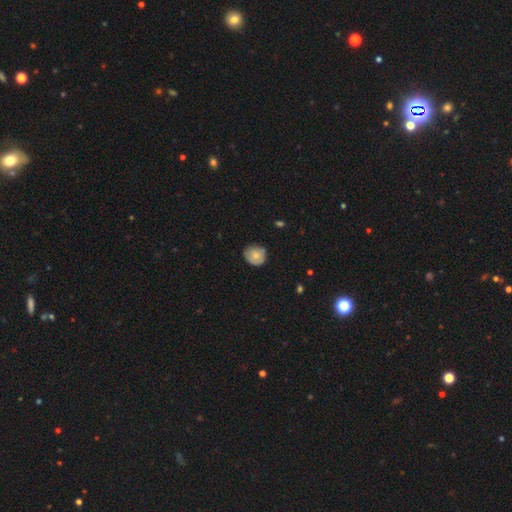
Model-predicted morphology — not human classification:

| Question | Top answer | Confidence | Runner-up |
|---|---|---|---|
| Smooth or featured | smooth | 73% | featured or disk (20%) |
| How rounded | round | 79% | in between (20%) |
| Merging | none | 68% | minor disturbance (26%) |